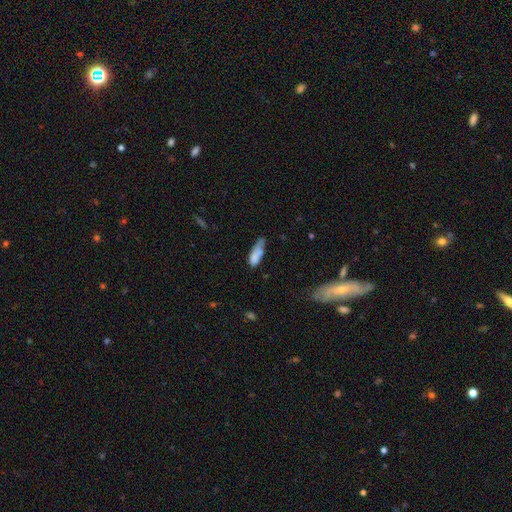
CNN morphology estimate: A smooth galaxy with no disk features (73%) that is in between round and cigar-shaped (61%).

Vote fractions:
- Smooth or featured? smooth: 73% / featured or disk: 18% / star or artifact: 9%
- How rounded? in between: 61% / cigar-shaped: 36% / round: 3%
- Merging? minor disturbance: 34% / none: 30% / major disturbance: 20% / merger: 16%